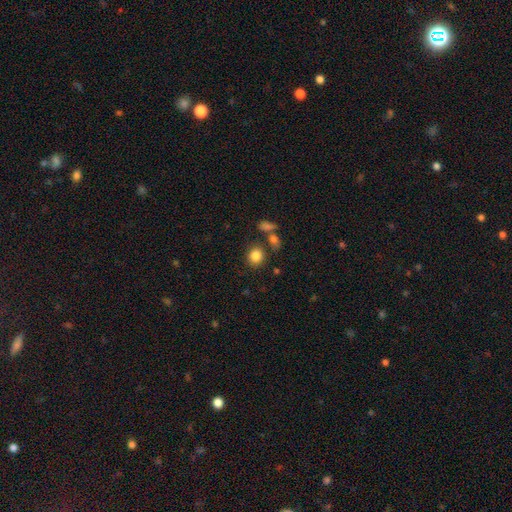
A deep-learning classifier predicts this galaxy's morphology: This appears to be a smooth galaxy with no disk features (84%) that is round (79%). Merging: none (78%).